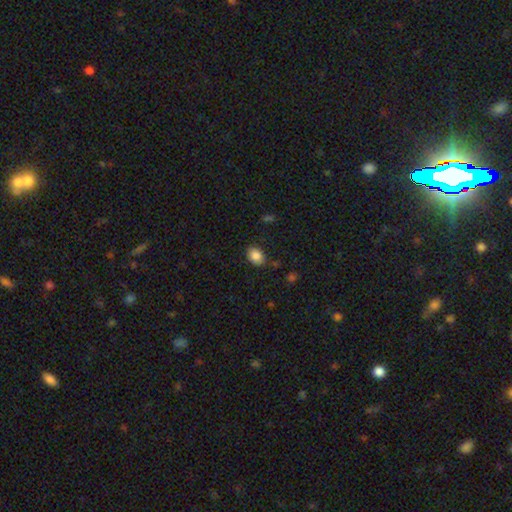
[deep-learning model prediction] Morphology: type=smooth (86%); roundness=in between (74%); merging=none (80%).